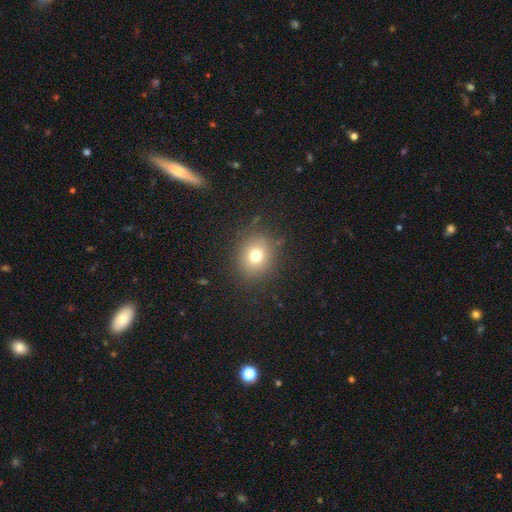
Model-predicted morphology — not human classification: Smooth or featured? smooth (73%)
How rounded? round (70%)
Merging? none (85%)